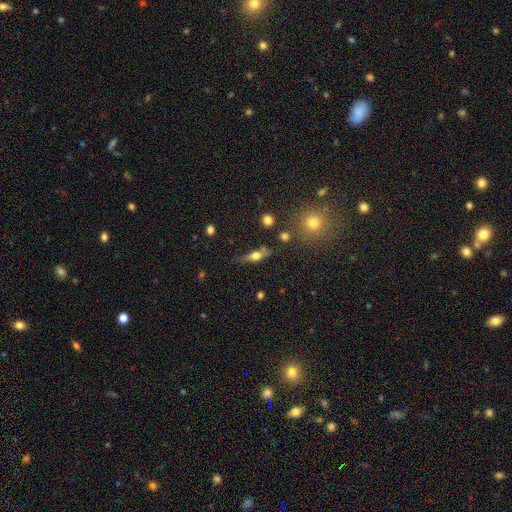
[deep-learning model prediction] smooth-or-featured: featured or disk: 47% | smooth: 44% | star or artifact: 9%
  merging: none: 71% | minor disturbance: 17% | merger: 7% | major disturbance: 6%